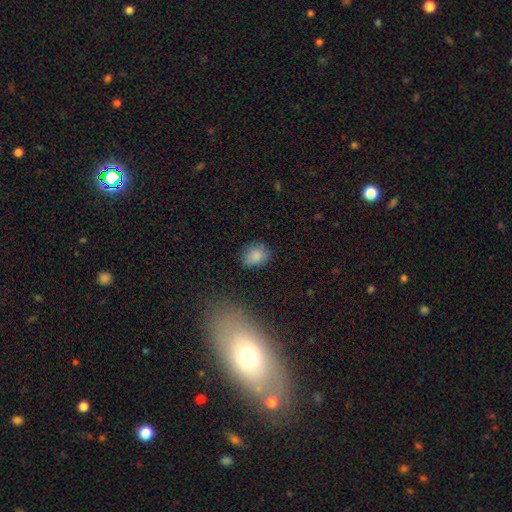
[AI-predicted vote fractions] Q: Smooth or featured?
A: smooth (83%); runner-up: star or artifact (10%)
Q: How rounded?
A: in between (58%); runner-up: round (40%)
Q: Merging?
A: none (76%); runner-up: minor disturbance (17%)